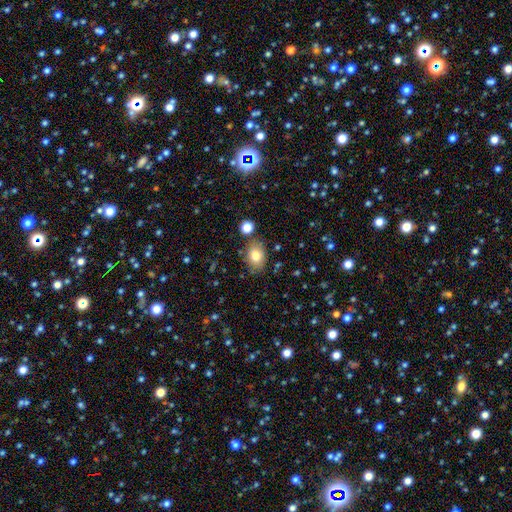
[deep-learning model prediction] Morphology: type=smooth (78%); roundness=in between (80%); merging=none (78%).